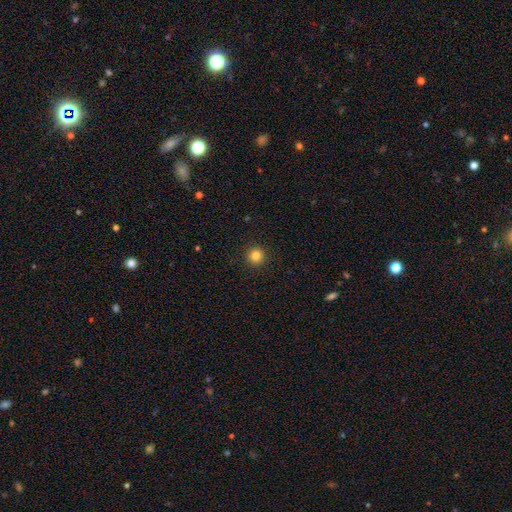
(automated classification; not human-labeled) A smooth galaxy with no disk features (83%) that is round (96%). Merging: none (93%).